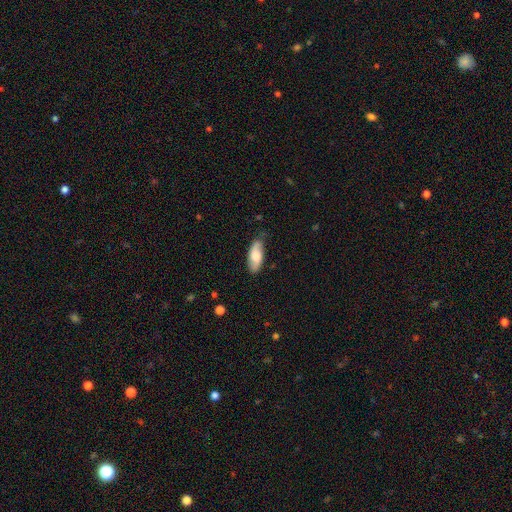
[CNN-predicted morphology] A smooth galaxy with no disk features (58%) that is in between round and cigar-shaped (81%). Merging: none (78%).